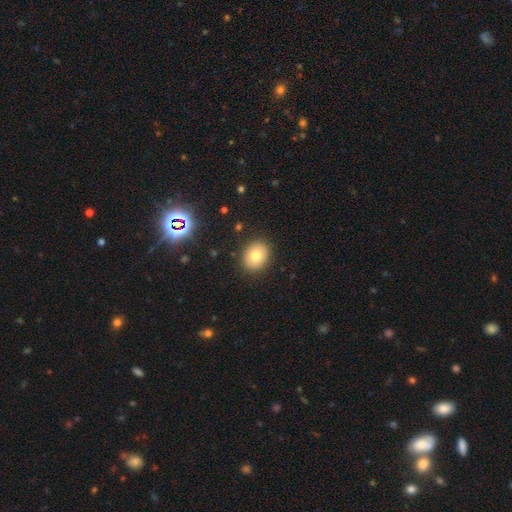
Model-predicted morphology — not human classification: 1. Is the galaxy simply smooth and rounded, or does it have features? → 77% smooth, 13% featured or disk, 10% star or artifact.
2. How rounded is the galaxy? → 55% round, 44% in between, 1% cigar-shaped.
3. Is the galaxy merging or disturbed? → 88% none, 8% minor disturbance, 2% major disturbance, 1% merger.